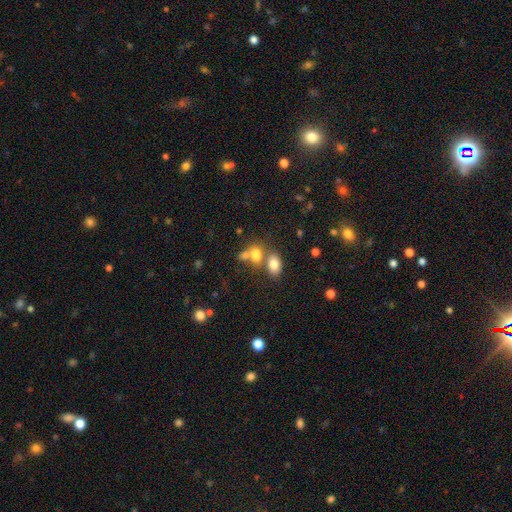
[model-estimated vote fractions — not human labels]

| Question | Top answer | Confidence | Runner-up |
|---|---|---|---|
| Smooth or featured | smooth | 76% | featured or disk (12%) |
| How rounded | in between | 78% | round (20%) |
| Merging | merger | 50% | none (35%) |